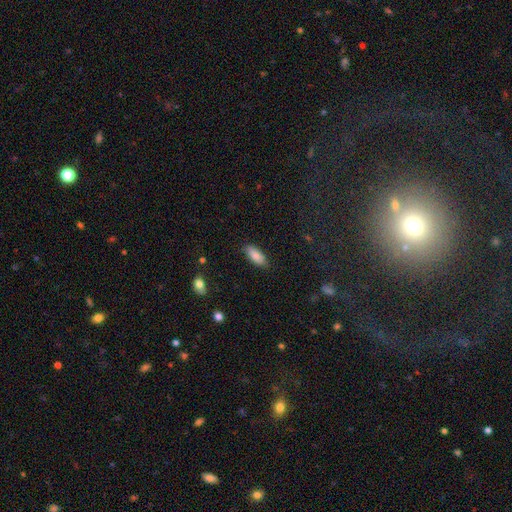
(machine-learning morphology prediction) Smooth or featured? smooth (84%)
How rounded? in between (78%)
Merging? none (83%)